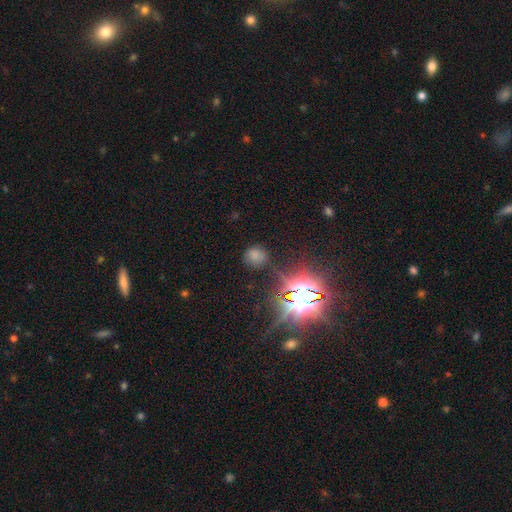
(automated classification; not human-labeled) Q: Smooth or featured?
A: smooth (61%); runner-up: star or artifact (30%)
Q: How rounded?
A: round (82%); runner-up: in between (16%)
Q: Merging?
A: none (76%); runner-up: minor disturbance (15%)